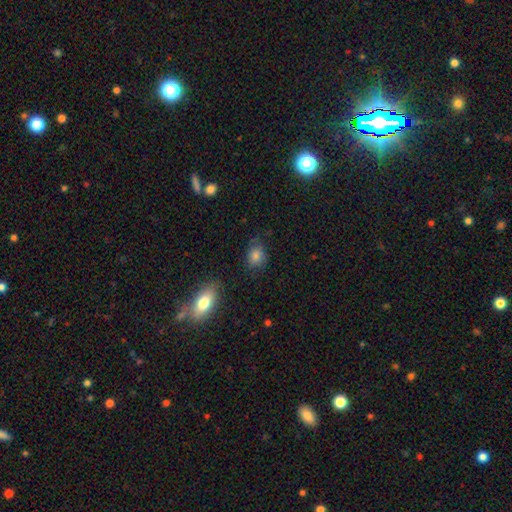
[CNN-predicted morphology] smooth_or_featured: smooth (p=0.79) [alt: star or artifact p=0.11]
how_rounded: in between (p=0.52) [alt: round p=0.47]
merging: none (p=0.67) [alt: minor disturbance p=0.24]